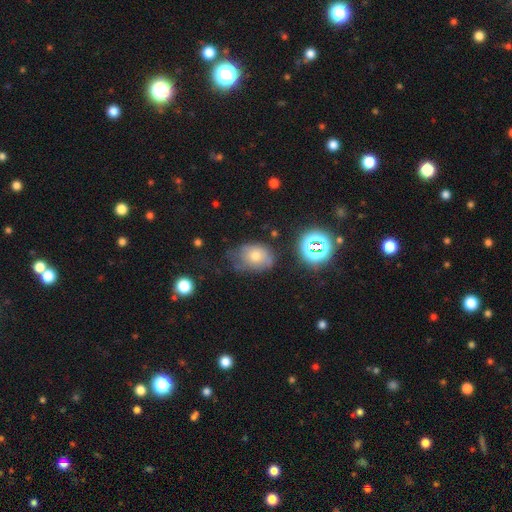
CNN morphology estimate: Smooth or featured?
  - smooth: 55% *
  - featured or disk: 27%
  - star or artifact: 18%
How rounded?
  - in between: 65% *
  - round: 34%
  - cigar-shaped: 1%
Merging?
  - none: 45% *
  - minor disturbance: 36%
  - major disturbance: 16%
  - merger: 3%